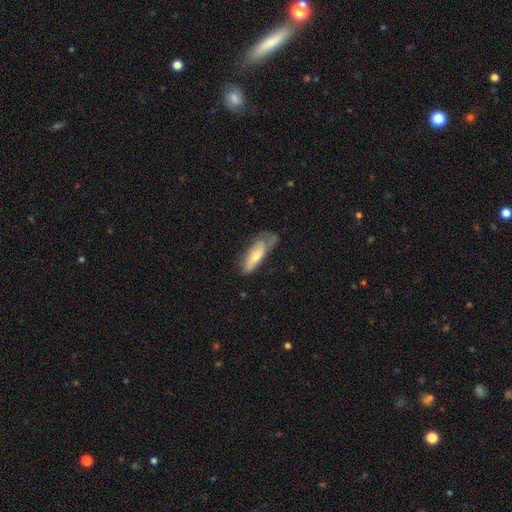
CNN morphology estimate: Smooth or featured? Predicted: smooth (p=0.55). How rounded? Predicted: cigar-shaped (p=0.49, tied with in between). Merging? Predicted: none (p=0.48).